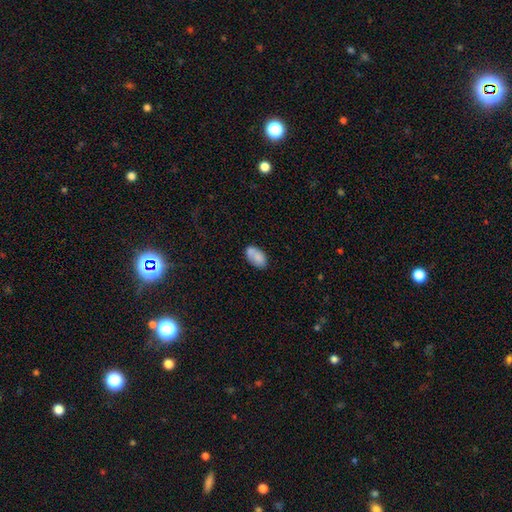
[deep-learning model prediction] Morphology: type=smooth (78%); roundness=in between (93%); merging=none (58%).